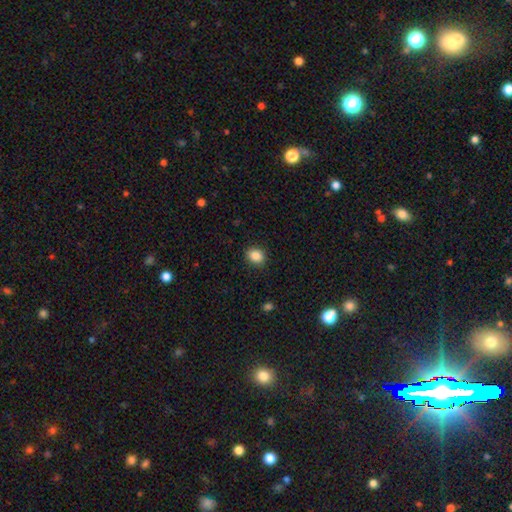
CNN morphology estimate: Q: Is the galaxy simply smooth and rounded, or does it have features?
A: smooth — 87%.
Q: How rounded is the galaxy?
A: round — 57%.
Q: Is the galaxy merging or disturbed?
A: none — 88%.